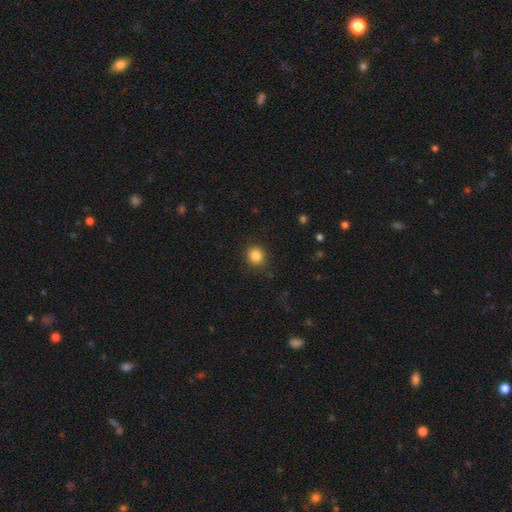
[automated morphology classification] The model was most divided on "smooth or featured": smooth: 85%, star or artifact: 11%, featured or disk: 4%. More confident: how rounded — round (88%); merging — none (86%).